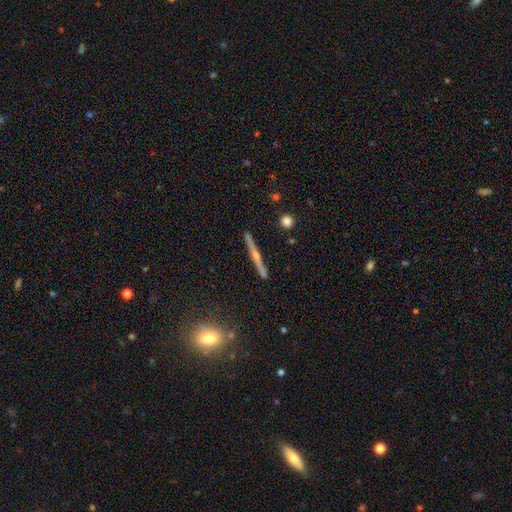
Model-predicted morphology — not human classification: Smooth or featured? Predicted: featured or disk (p=0.78). Edge-on disk? Predicted: yes (p=0.98). Edge-on bulge? Predicted: rounded (p=0.86). Merging? Predicted: none (p=0.90).